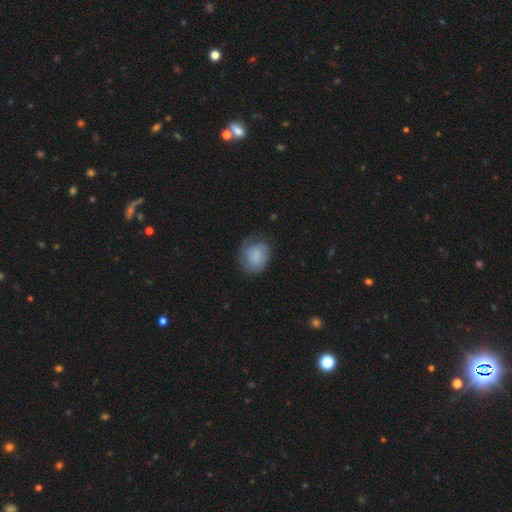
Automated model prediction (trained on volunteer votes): This is likely a smooth galaxy (75%). How rounded: possibly round (60%). Merging: possibly none (59%).